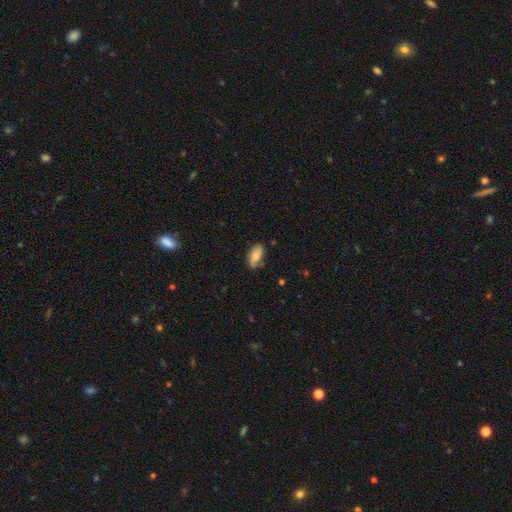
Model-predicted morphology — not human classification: Overall: smooth (74%). How rounded: in between (91%). Merging: none (69%).